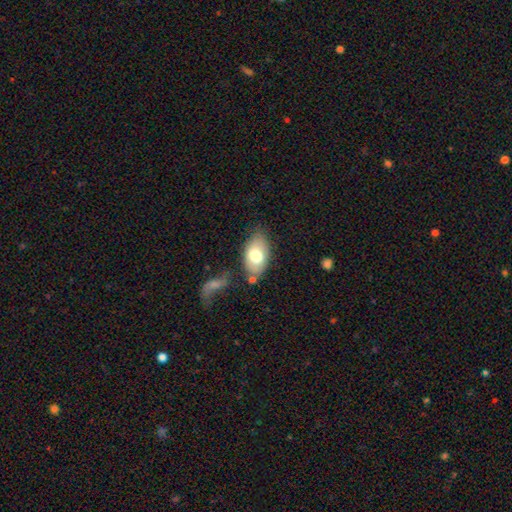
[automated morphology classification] Q: Smooth or featured?
A: smooth (73%); runner-up: featured or disk (21%)
Q: How rounded?
A: in between (93%); runner-up: round (5%)
Q: Merging?
A: none (68%); runner-up: minor disturbance (18%)